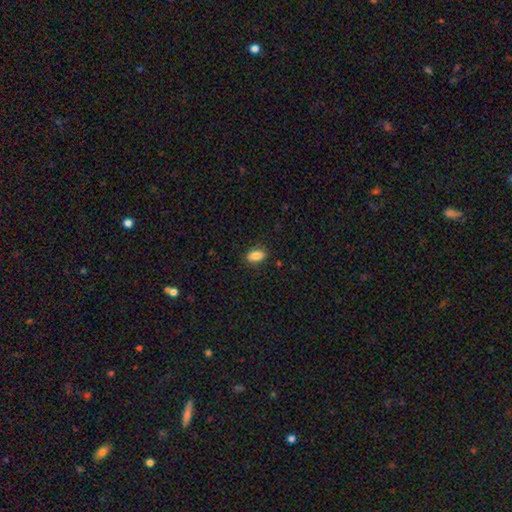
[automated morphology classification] A smooth galaxy with no disk features (87%) that is in between round and cigar-shaped (88%). Merging: none (86%).